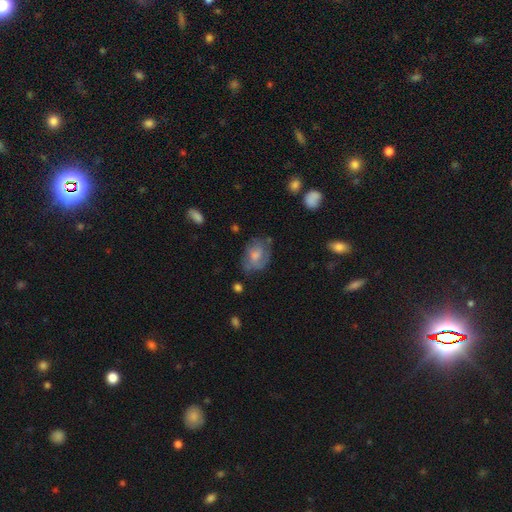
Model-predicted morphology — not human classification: The model was most divided on "smooth or featured": smooth: 55%, featured or disk: 37%, star or artifact: 8%. More confident: how rounded — in between (70%); merging — none (55%).